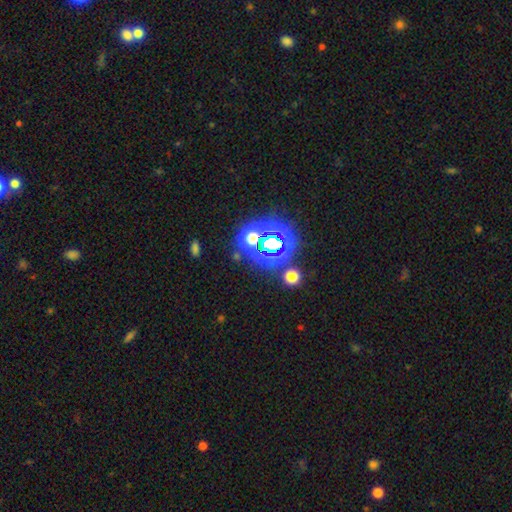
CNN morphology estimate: Q: Smooth or featured?
A: star or artifact (65%); runner-up: smooth (23%)